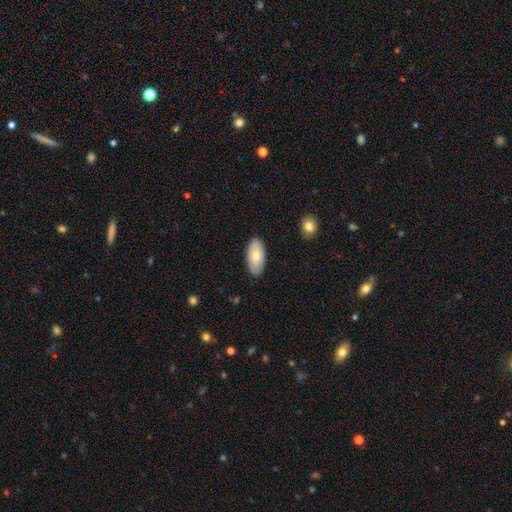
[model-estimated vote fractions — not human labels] Q: Smooth or featured?
A: smooth (73%); runner-up: featured or disk (21%)
Q: How rounded?
A: in between (93%); runner-up: cigar-shaped (5%)
Q: Merging?
A: none (85%); runner-up: minor disturbance (11%)